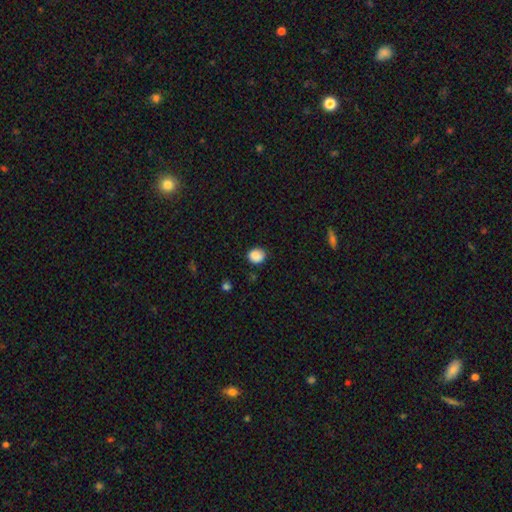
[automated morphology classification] Smooth or featured? Predicted: smooth (p=0.87). How rounded? Predicted: round (p=0.68). Merging? Predicted: none (p=0.80).